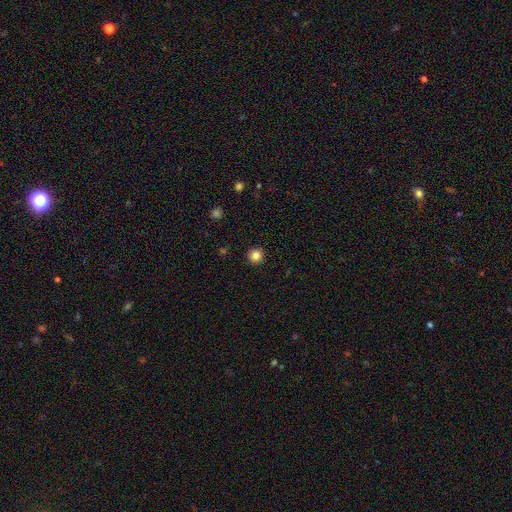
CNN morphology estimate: This is clearly a smooth galaxy (84%). How rounded: clearly round (96%). Merging: clearly none (93%).